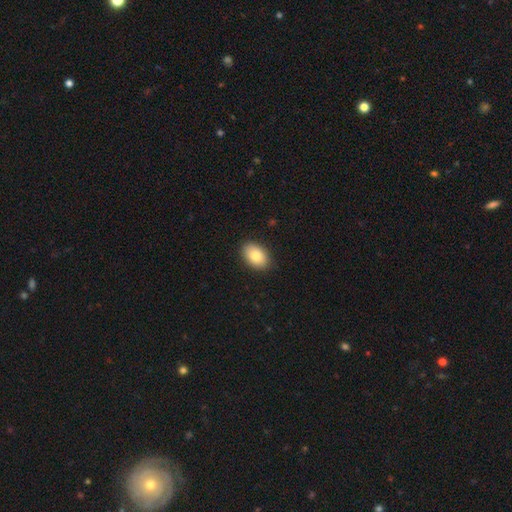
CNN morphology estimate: Smooth or featured?
  - smooth: 83% *
  - featured or disk: 10%
  - star or artifact: 7%
How rounded?
  - in between: 88% *
  - round: 11%
  - cigar-shaped: 1%
Merging?
  - none: 89% *
  - minor disturbance: 8%
  - major disturbance: 2%
  - merger: 1%